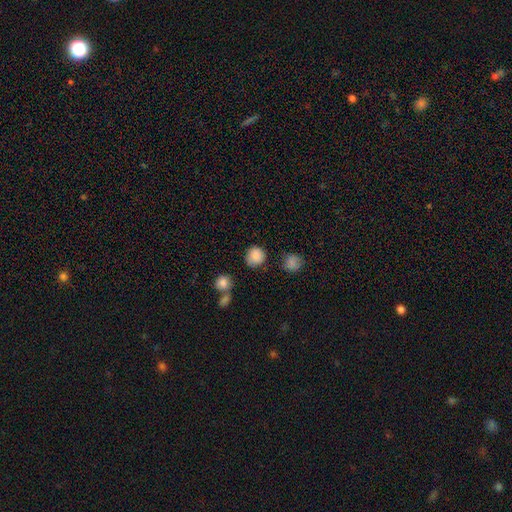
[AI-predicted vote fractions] Overall: smooth (85%). How rounded: round (87%). Merging: none (74%).